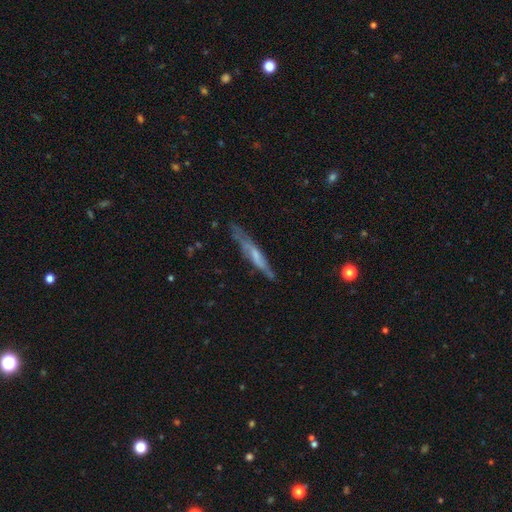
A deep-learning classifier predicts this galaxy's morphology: This is possibly a featured or disk galaxy (56%). It is likely viewed edge-on (71%). Merging: likely none (62%).